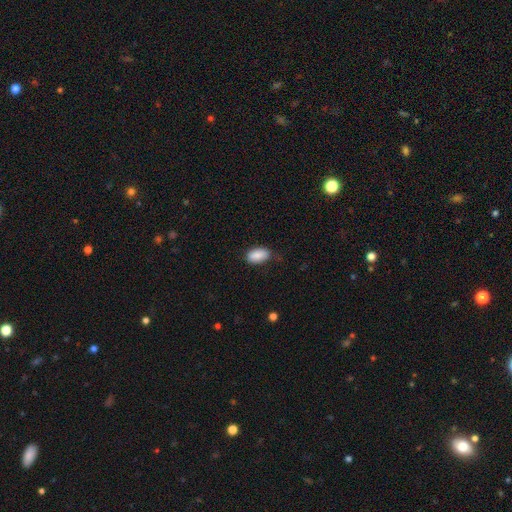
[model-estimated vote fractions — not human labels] This appears to be a smooth galaxy with no disk features (88%) that is in between round and cigar-shaped (94%). Merging: none (76%).